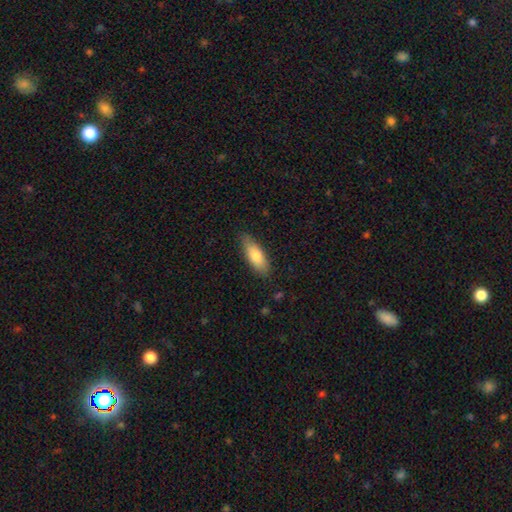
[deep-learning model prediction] Smooth or featured? smooth (79%)
How rounded? in between (68%)
Merging? none (83%)